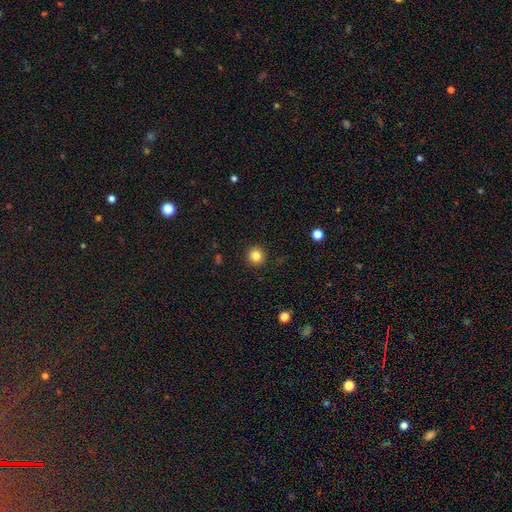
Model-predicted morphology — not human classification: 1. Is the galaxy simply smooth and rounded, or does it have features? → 83% smooth, 11% star or artifact, 6% featured or disk.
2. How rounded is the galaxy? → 94% round, 5% in between, 1% cigar-shaped.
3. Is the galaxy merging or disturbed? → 92% none, 5% minor disturbance, 2% major disturbance, 1% merger.